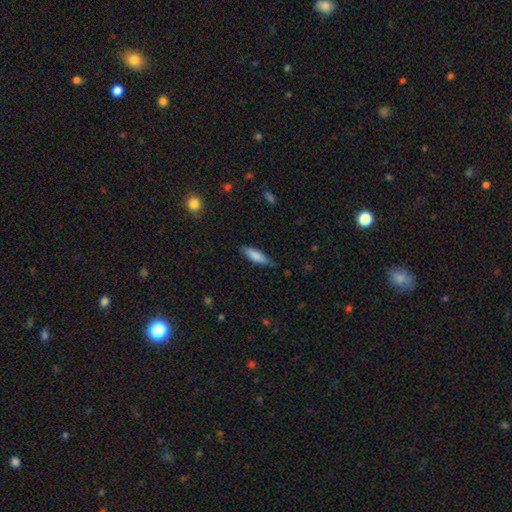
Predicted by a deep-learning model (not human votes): Smooth or featured?
  - smooth: 82% *
  - featured or disk: 12%
  - star or artifact: 6%
How rounded?
  - cigar-shaped: 58% *
  - in between: 41%
  - round: 1%
Merging?
  - none: 78% *
  - minor disturbance: 18%
  - major disturbance: 3%
  - merger: 2%